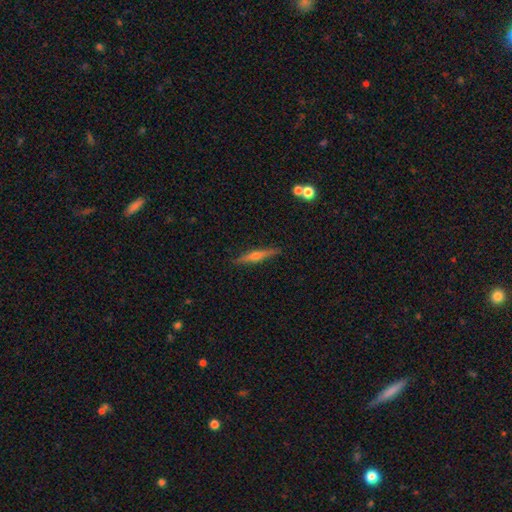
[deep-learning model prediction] featured or disk 67%, smooth 26%, star or artifact 7%. Down the decision tree: edge-on disk — yes (97%); edge-on bulge — rounded (88%); merging — none (90%).